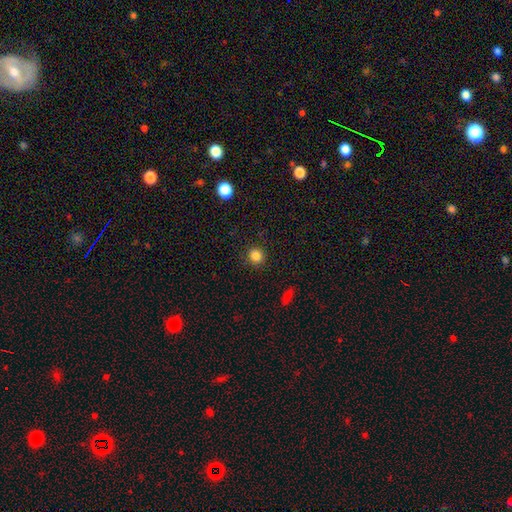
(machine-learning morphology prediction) smooth 84%, star or artifact 12%, featured or disk 4%. Down the decision tree: how rounded — round (89%); merging — none (90%).